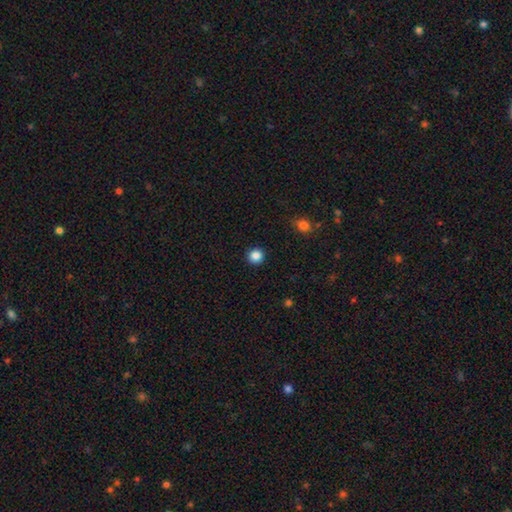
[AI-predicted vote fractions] Morphology: type=smooth (86%); roundness=round (94%); merging=none (93%).